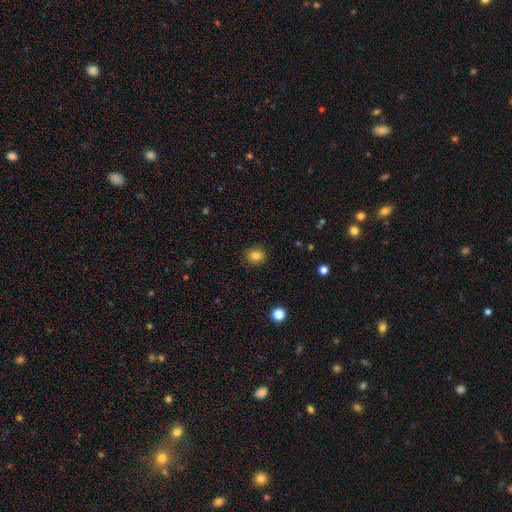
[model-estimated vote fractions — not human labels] A smooth galaxy with no disk features (81%) that is round (76%). Merging: none (88%).